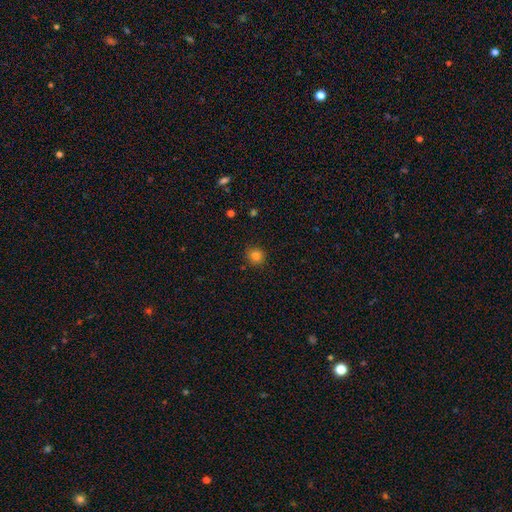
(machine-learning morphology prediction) A smooth galaxy with no disk features (82%) that is round (87%).

Vote fractions:
- Smooth or featured? smooth: 82% / star or artifact: 13% / featured or disk: 5%
- How rounded? round: 87% / in between: 12% / cigar-shaped: 1%
- Merging? none: 87% / minor disturbance: 9% / major disturbance: 2% / merger: 2%